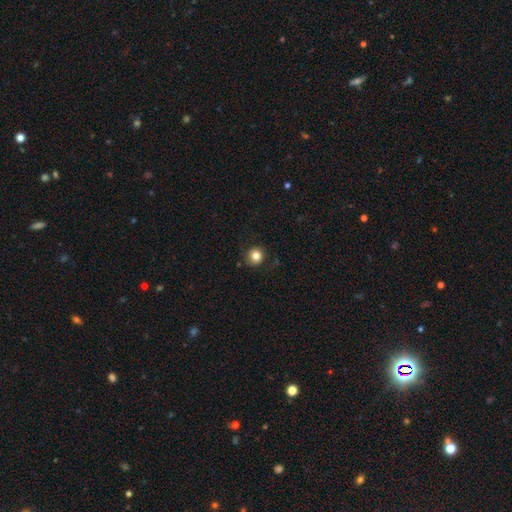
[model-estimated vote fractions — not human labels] The model was most divided on "smooth or featured": smooth: 82%, star or artifact: 11%, featured or disk: 7%. More confident: how rounded — round (92%); merging — none (86%).